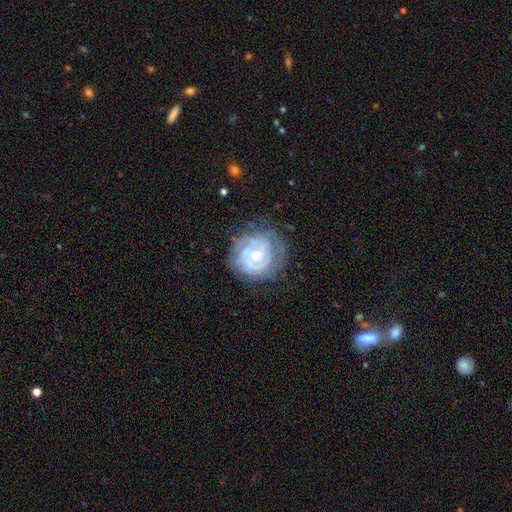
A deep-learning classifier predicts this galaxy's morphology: The model was most divided on "spiral arm count": 2: 34%, can't tell: 33%, 3: 18%, 1: 6%, 4: 5%, more than 4: 4%. More confident: edge-on disk — no (97%); spiral arms — yes (88%); smooth or featured — featured or disk (82%); spiral winding — tight (73%); merging — none (71%); bar — no (70%); bulge size — moderate (65%).